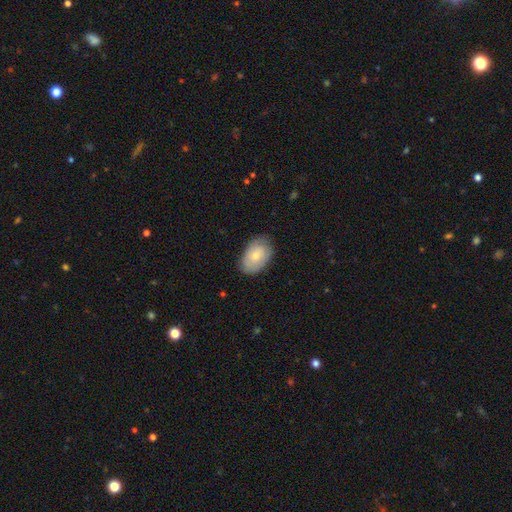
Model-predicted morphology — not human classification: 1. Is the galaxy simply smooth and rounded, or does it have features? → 70% smooth, 24% featured or disk, 6% star or artifact.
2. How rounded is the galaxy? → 89% in between, 10% round, 1% cigar-shaped.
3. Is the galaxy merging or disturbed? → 76% none, 19% minor disturbance, 4% major disturbance, 1% merger.